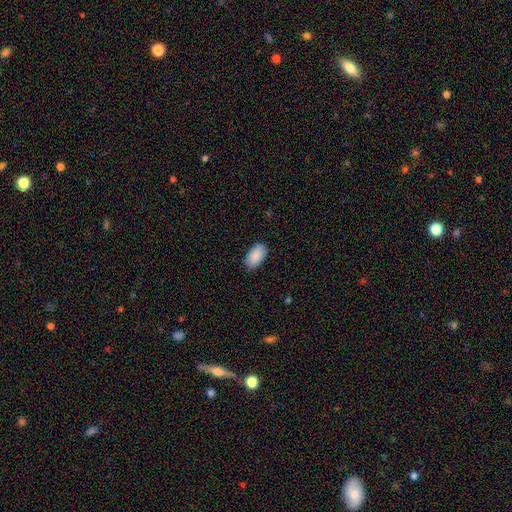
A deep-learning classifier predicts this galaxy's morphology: Smooth or featured? smooth (89%)
How rounded? in between (95%)
Merging? none (85%)